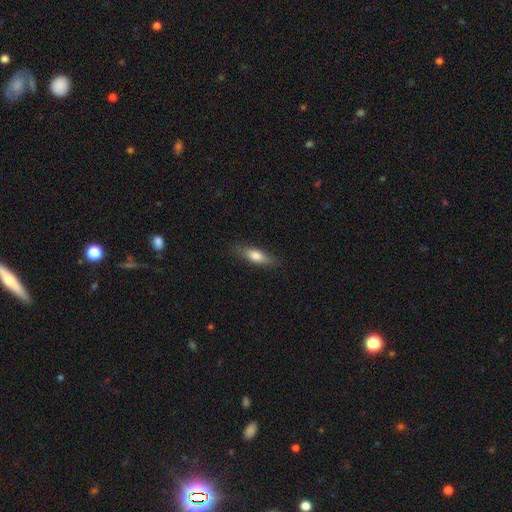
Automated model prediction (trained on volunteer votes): Smooth or featured?
  - smooth: 72% *
  - featured or disk: 22%
  - star or artifact: 6%
How rounded?
  - cigar-shaped: 51% *
  - in between: 47%
  - round: 3%
Merging?
  - none: 82% *
  - minor disturbance: 14%
  - major disturbance: 3%
  - merger: 1%